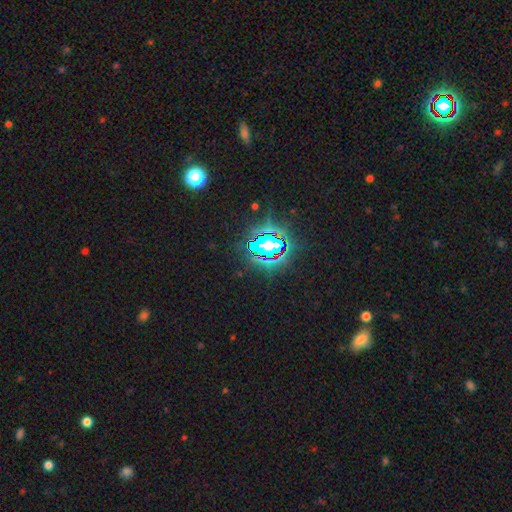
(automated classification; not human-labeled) This appears to be a star or artifact, not a galaxy (80%).